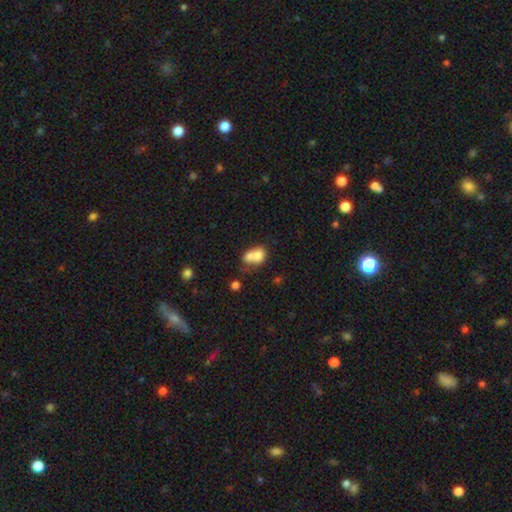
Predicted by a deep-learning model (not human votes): This is likely a smooth galaxy (71%). How rounded: possibly round (51%). Merging: likely merger (69%).